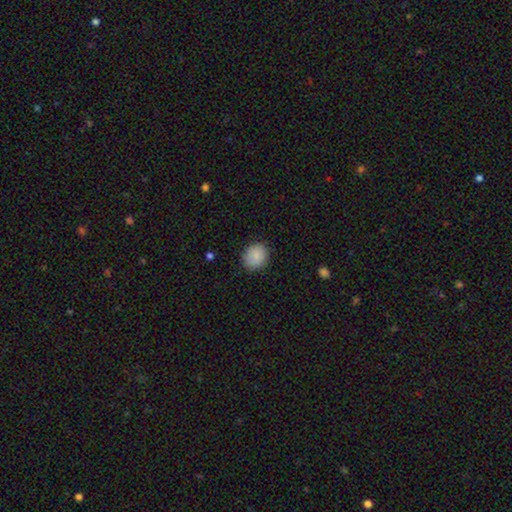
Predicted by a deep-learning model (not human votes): Morphology: type=smooth (87%); roundness=round (67%); merging=none (84%).